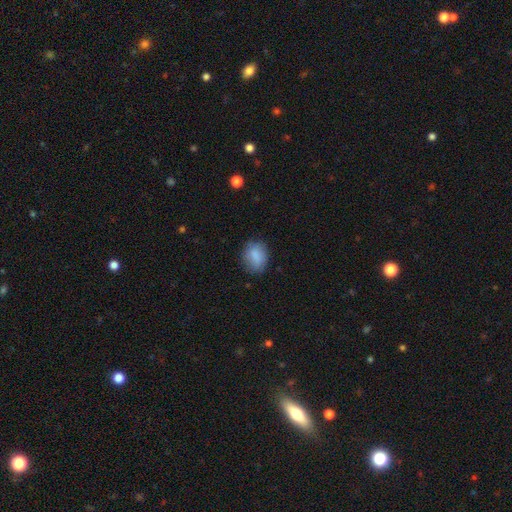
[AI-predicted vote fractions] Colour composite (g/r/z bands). It shows a smooth galaxy with no disk features (84%) that is in between round and cigar-shaped (57%). Merging: none (75%).